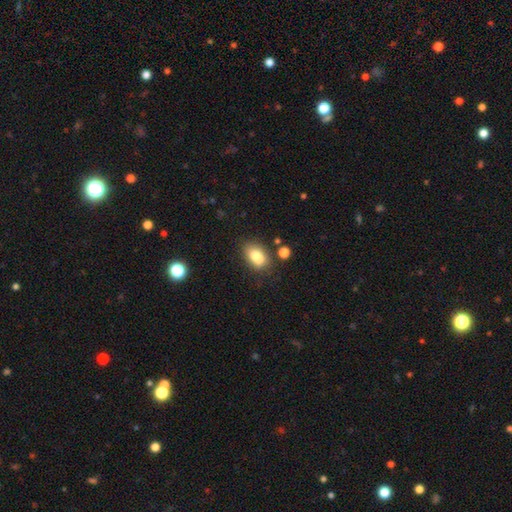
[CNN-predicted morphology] This appears to be a smooth galaxy with no disk features (82%) that is in between round and cigar-shaped (87%). Merging: none (70%).